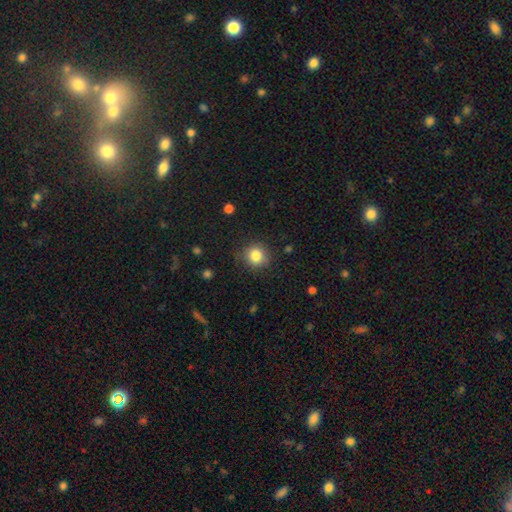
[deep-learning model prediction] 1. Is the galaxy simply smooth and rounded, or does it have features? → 83% smooth, 11% star or artifact, 6% featured or disk.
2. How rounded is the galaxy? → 88% round, 11% in between, 1% cigar-shaped.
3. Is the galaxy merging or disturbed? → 85% none, 11% minor disturbance, 3% major disturbance, 1% merger.